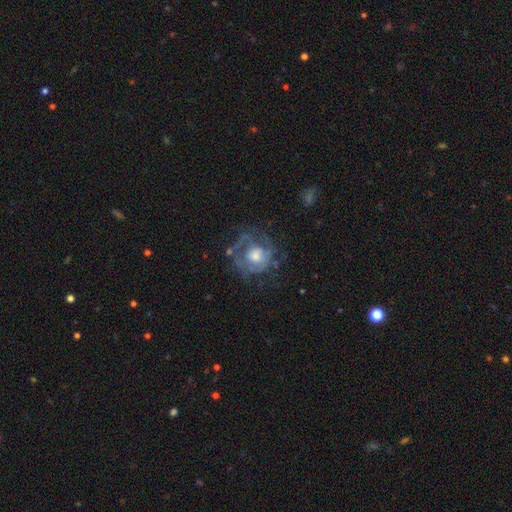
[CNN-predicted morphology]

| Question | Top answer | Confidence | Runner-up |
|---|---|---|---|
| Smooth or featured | featured or disk | 70% | smooth (22%) |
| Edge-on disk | no | 97% | yes (3%) |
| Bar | no | 78% | weak (18%) |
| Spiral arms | yes | 65% | no (35%) |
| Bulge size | moderate | 58% | large (22%) |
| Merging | none | 57% | major disturbance (21%) |